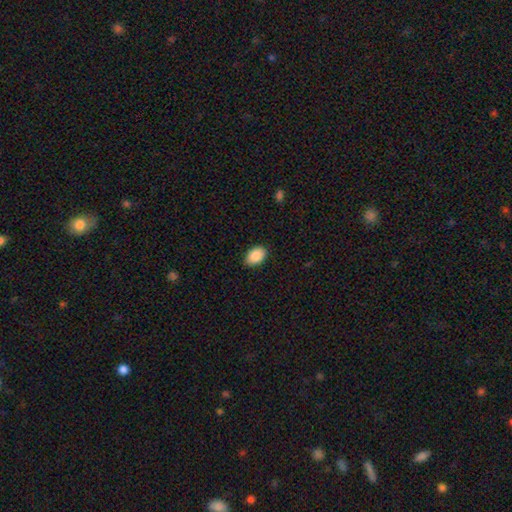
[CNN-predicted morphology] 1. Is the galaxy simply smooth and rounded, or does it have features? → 89% smooth, 7% star or artifact, 4% featured or disk.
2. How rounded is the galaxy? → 88% in between, 11% round, 1% cigar-shaped.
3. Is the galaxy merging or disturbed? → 85% none, 12% minor disturbance, 2% major disturbance, 1% merger.